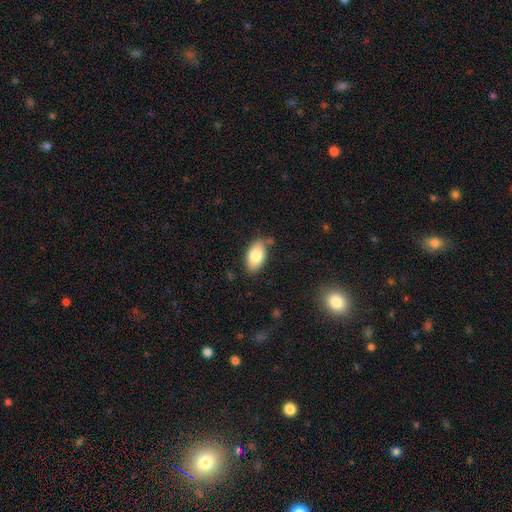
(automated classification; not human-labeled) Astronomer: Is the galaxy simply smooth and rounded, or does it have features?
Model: smooth — 81%.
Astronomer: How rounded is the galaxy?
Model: in between — 94%.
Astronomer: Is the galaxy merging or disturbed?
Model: none — 80%.